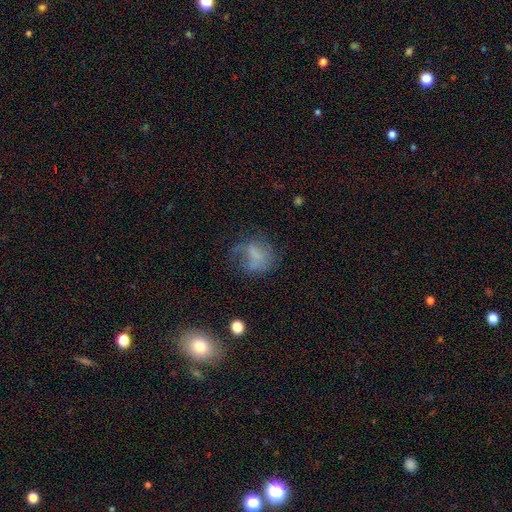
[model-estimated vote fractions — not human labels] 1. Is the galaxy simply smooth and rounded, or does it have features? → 55% smooth, 29% featured or disk, 16% star or artifact.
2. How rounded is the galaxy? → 52% in between, 46% round, 2% cigar-shaped.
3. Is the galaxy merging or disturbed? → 39% none, 33% major disturbance, 25% minor disturbance, 4% merger.